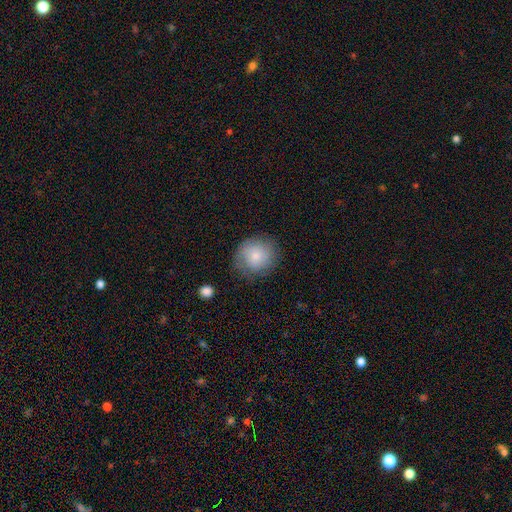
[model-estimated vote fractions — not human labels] This is likely a smooth galaxy (77%). How rounded: clearly round (85%). Merging: likely none (72%).